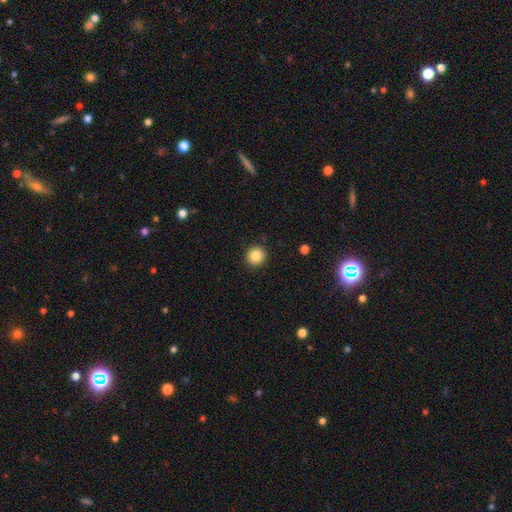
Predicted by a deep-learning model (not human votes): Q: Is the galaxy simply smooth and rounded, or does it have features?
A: smooth — 86%.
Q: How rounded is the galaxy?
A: round — 94%.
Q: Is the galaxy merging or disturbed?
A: none — 91%.